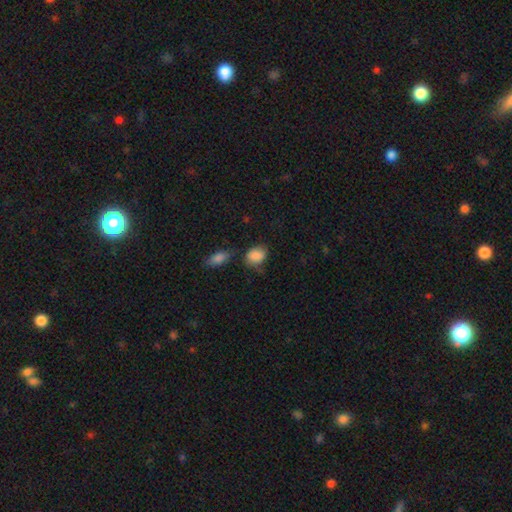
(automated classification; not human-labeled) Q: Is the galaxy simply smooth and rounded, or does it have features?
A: smooth — 86%.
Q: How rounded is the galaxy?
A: in between — 68%.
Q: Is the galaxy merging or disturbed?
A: none — 56%.